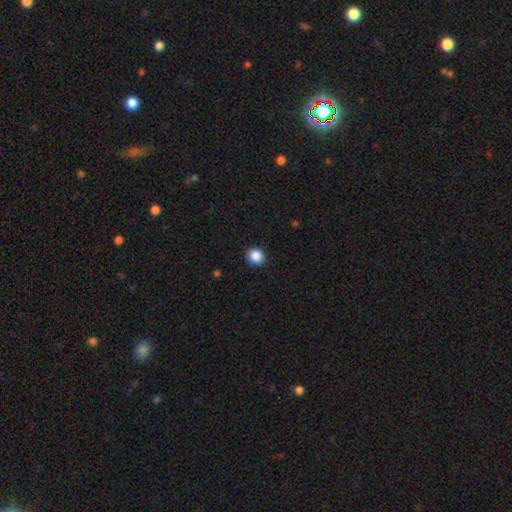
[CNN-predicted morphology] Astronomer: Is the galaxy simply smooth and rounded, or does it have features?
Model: smooth — 87%.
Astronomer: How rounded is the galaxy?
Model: round — 87%.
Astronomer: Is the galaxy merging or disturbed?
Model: none — 91%.